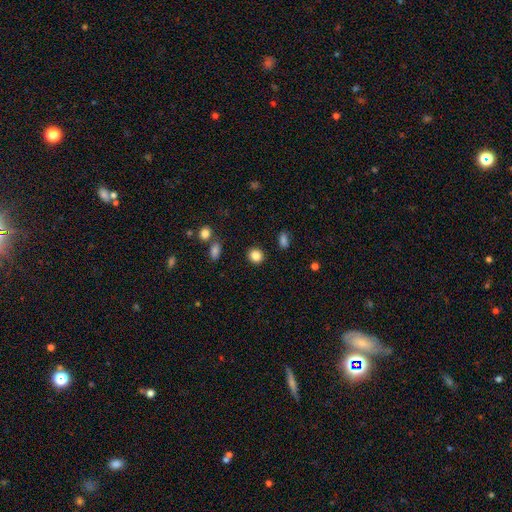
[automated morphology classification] A smooth galaxy with no disk features (85%) that is round (82%). Merging: none (90%).